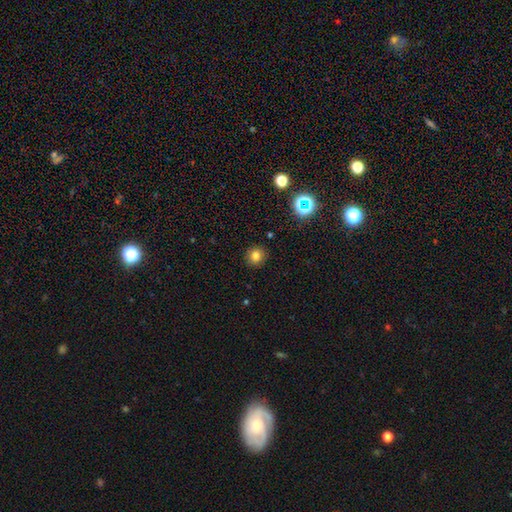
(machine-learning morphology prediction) smooth_or_featured: smooth (p=0.78) [alt: star or artifact p=0.15]
how_rounded: round (p=0.89) [alt: in between p=0.10]
merging: none (p=0.91) [alt: minor disturbance p=0.06]